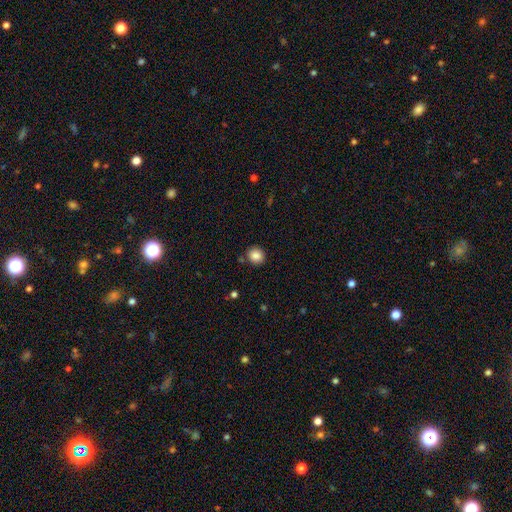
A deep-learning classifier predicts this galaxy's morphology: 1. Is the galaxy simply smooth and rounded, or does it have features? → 86% smooth, 10% star or artifact, 4% featured or disk.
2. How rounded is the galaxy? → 82% round, 17% in between, 1% cigar-shaped.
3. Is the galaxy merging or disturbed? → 86% none, 8% minor disturbance, 4% merger, 2% major disturbance.